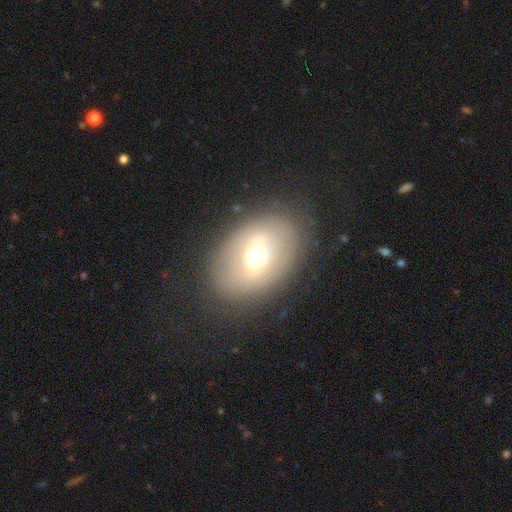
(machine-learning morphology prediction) type=featured or disk (56%); edge-on=no (89%); merging=none (81%).